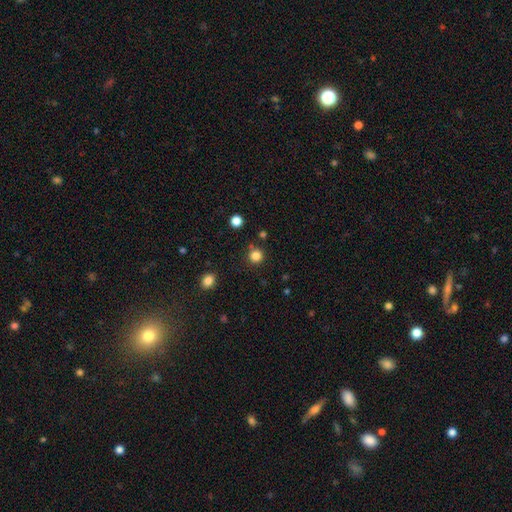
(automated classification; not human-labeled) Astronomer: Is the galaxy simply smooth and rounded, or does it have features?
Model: smooth — 83%.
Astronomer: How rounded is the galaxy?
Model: round — 92%.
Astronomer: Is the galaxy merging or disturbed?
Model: none — 83%.